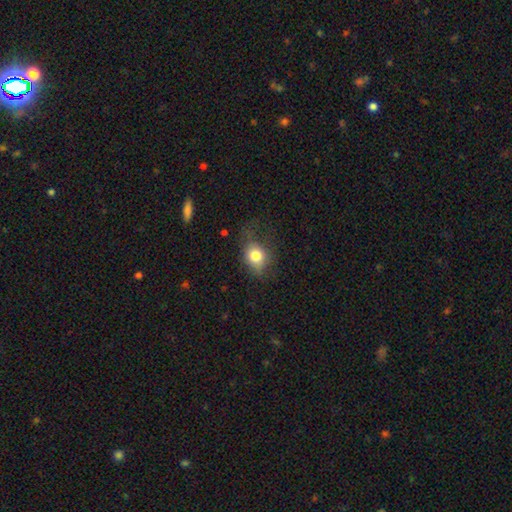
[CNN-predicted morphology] smooth 79%, featured or disk 12%, star or artifact 10%. Down the decision tree: how rounded — in between (50%); merging — none (53%).